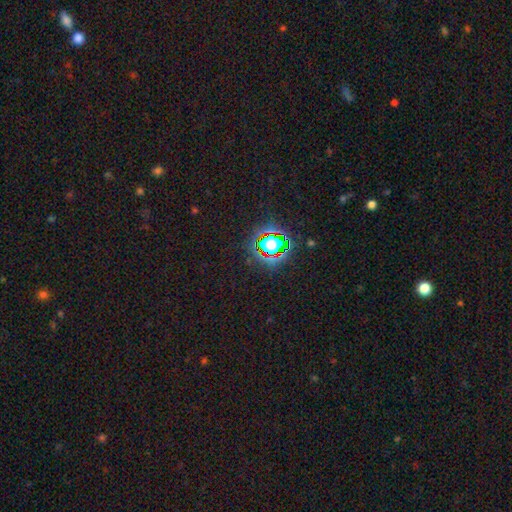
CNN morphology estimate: Overall: star or artifact (79%).